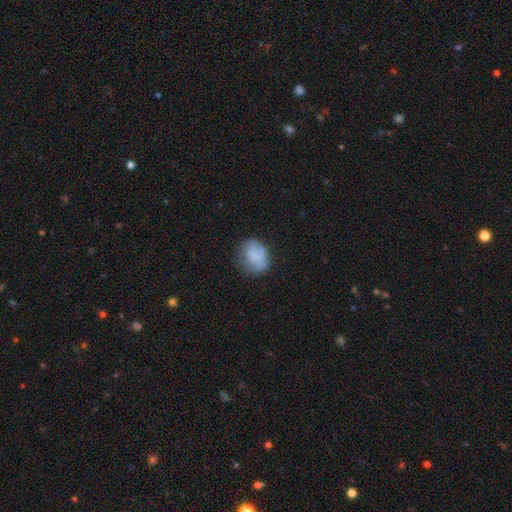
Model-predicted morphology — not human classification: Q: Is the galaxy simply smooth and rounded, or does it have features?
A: smooth — 72%.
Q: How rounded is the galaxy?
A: round — 62%.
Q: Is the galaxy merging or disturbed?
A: none — 60%.